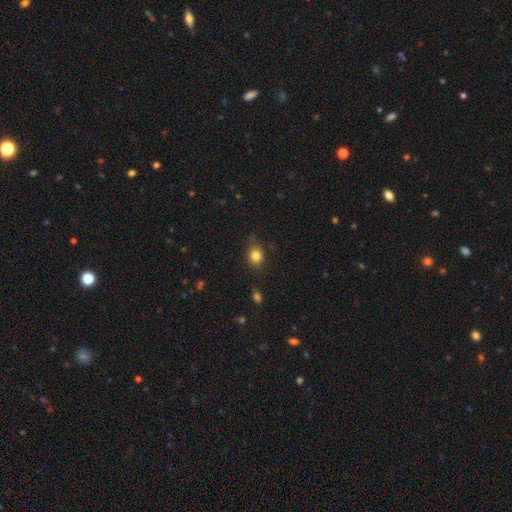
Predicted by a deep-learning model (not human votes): A smooth galaxy with no disk features (84%) that is round (61%). Merging: none (81%).